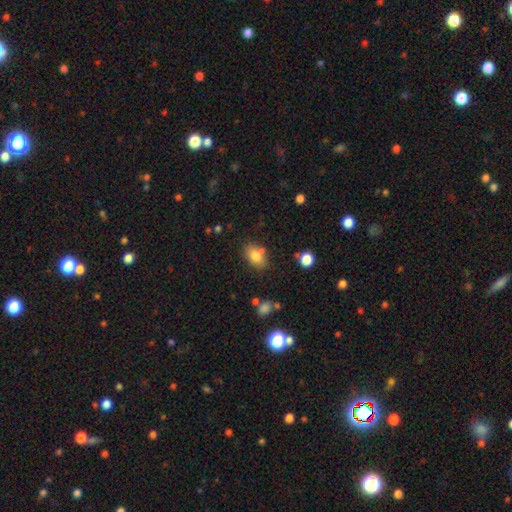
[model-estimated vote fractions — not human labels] This is likely a smooth galaxy (79%). How rounded: likely in between (78%). Merging: likely none (69%).